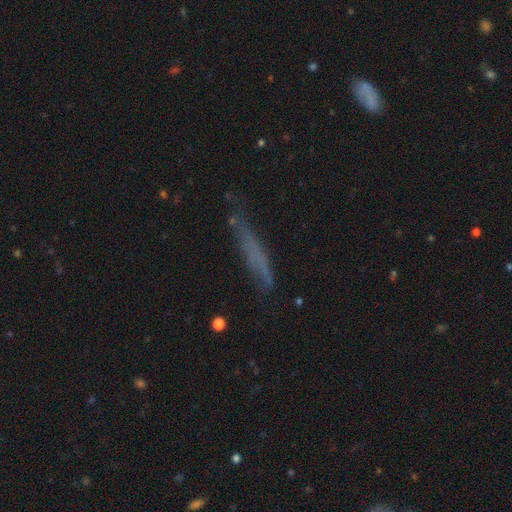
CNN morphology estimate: smooth-or-featured: smooth: 50% | featured or disk: 34% | star or artifact: 15%
  how-rounded: cigar-shaped: 89% | in between: 9% | round: 2%
  merging: none: 66% | minor disturbance: 23% | major disturbance: 8% | merger: 3%